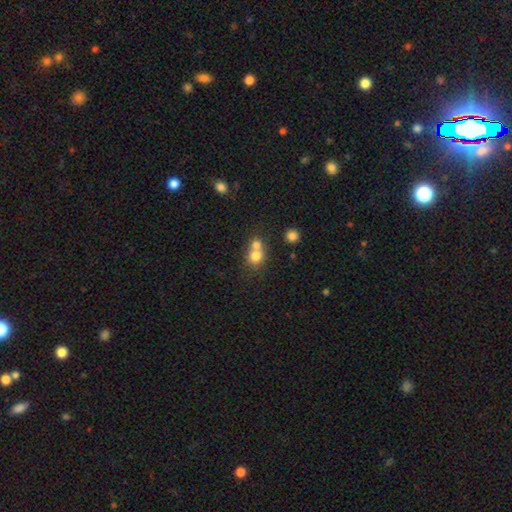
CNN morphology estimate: Smooth or featured: smooth — 75% (featured or disk — 13%)
How rounded: round — 77% (in between — 22%)
Merging: merger — 58% (none — 33%)